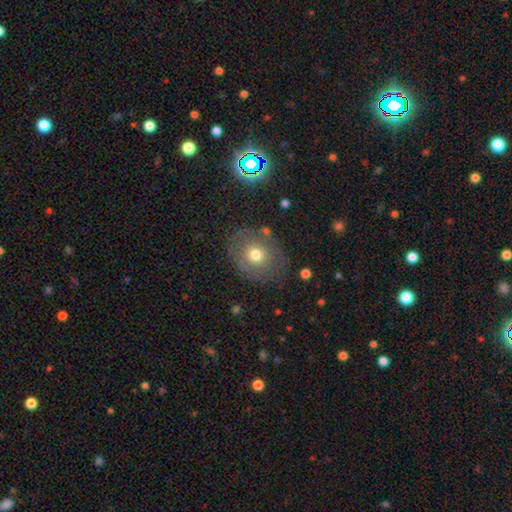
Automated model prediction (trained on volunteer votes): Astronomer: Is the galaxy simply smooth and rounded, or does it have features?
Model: smooth — 40% (runner-up: featured or disk, 30%).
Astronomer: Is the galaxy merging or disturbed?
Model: none — 83%.